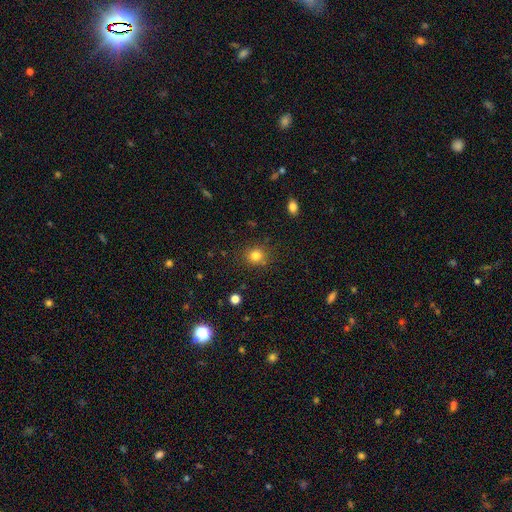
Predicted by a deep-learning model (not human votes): Smooth or featured? smooth (82%)
How rounded? round (82%)
Merging? none (83%)